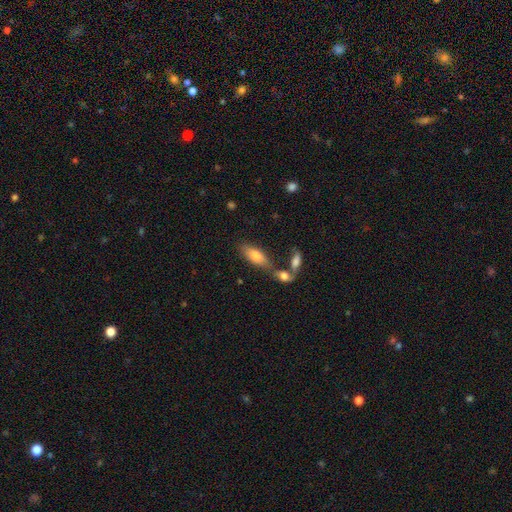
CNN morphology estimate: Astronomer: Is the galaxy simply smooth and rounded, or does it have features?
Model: smooth — 76%.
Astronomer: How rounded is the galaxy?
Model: in between — 78%.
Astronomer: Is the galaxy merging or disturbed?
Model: none — 54%.